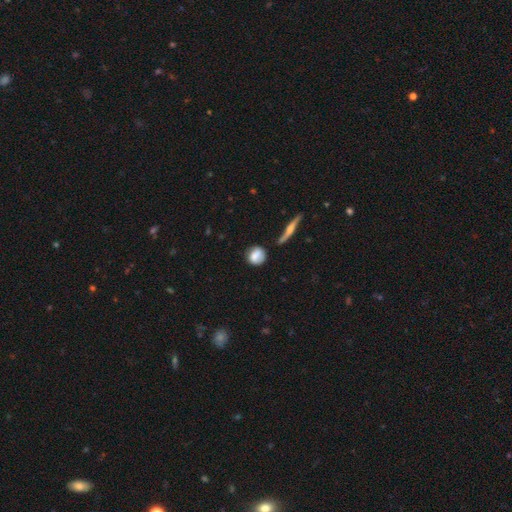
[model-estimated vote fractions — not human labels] smooth 76%, featured or disk 15%, star or artifact 8%. Down the decision tree: how rounded — round (77%); merging — none (69%).